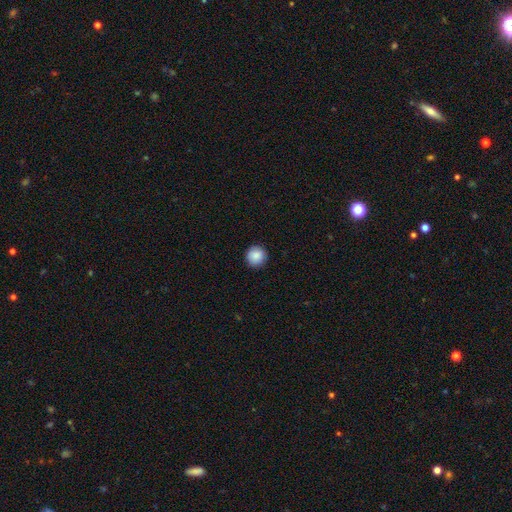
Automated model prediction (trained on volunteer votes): Overall: smooth (88%). How rounded: round (95%). Merging: none (91%).